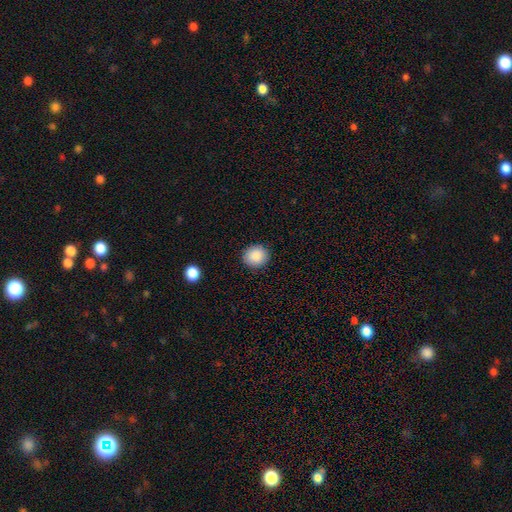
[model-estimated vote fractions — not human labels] Overall: smooth (89%). How rounded: round (83%). Merging: none (90%).